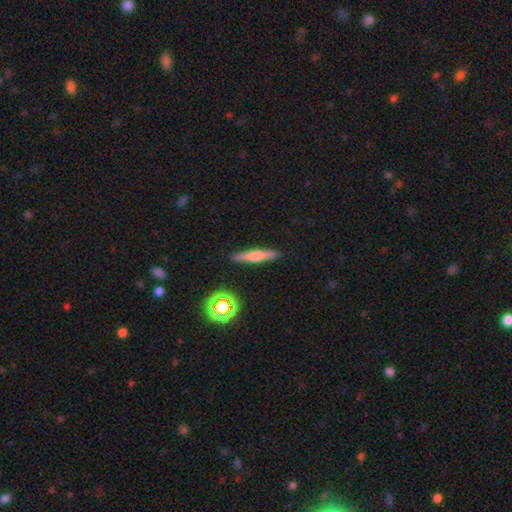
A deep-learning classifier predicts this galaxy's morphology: A smooth galaxy with no disk features (50%) that is cigar-shaped (89%). Merging: none (90%).